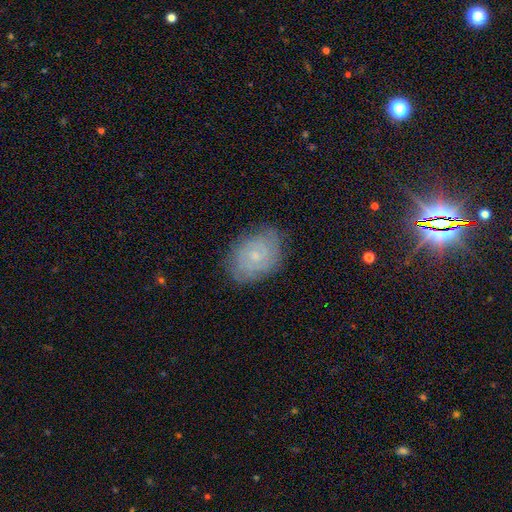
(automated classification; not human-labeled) Smooth or featured? featured or disk (61%)
Edge-on disk? no (97%)
Bar? no (76%)
Spiral arms? yes (87%)
Spiral winding? tight (72%)
Spiral arm count? can't tell (50%)
Bulge size? small (75%)
Merging? none (77%)